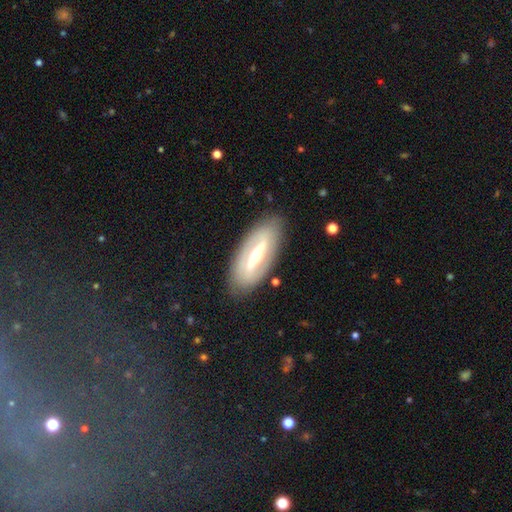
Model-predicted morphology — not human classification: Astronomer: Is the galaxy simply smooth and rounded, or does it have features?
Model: featured or disk — 75%.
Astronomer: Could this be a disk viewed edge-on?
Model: no — 83%.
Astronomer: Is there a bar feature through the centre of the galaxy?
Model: strong — 63%.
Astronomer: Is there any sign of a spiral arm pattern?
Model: yes — 58% (runner-up: no, 42%).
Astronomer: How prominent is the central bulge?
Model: moderate — 56% (runner-up: small, 36%).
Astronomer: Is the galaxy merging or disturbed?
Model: none — 85%.